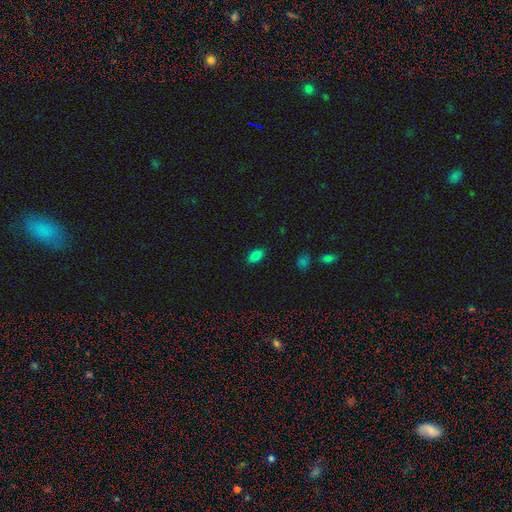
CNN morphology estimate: Q: Smooth or featured?
A: smooth (84%); runner-up: star or artifact (12%)
Q: How rounded?
A: in between (89%); runner-up: round (9%)
Q: Merging?
A: none (87%); runner-up: minor disturbance (10%)